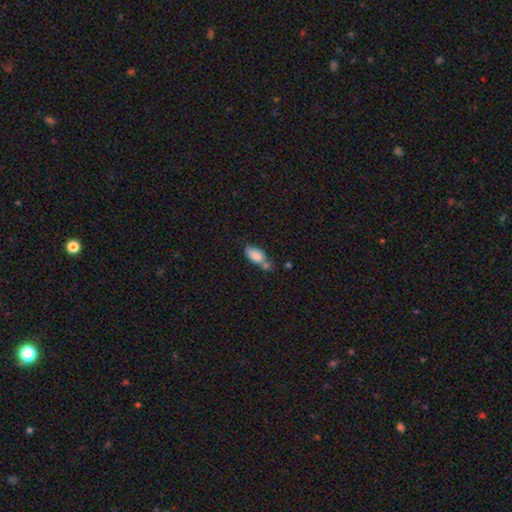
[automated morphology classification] Smooth or featured? smooth (81%)
How rounded? in between (87%)
Merging? none (39%)